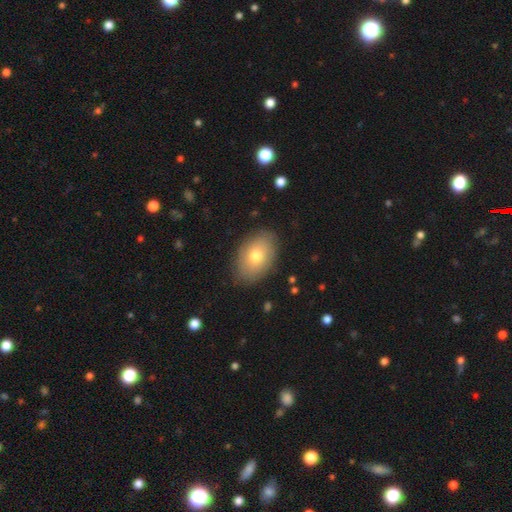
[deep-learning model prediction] Morphology: type=smooth (73%); roundness=in between (86%); merging=none (84%).